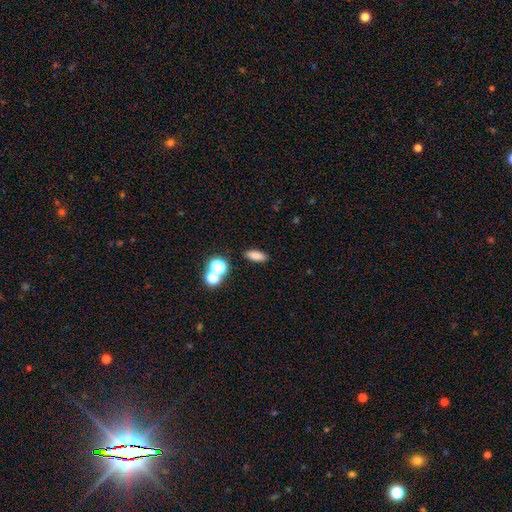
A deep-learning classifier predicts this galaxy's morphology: This is clearly a smooth galaxy (80%). How rounded: likely in between (72%). Merging: clearly none (86%).